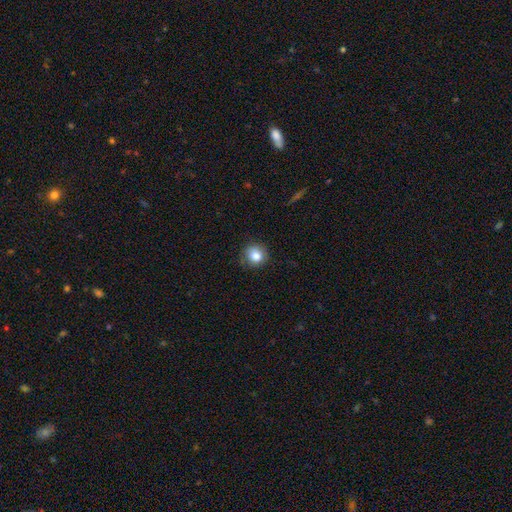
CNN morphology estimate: smooth_or_featured: smooth (p=0.84) [alt: star or artifact p=0.10]
how_rounded: round (p=0.85) [alt: in between p=0.14]
merging: none (p=0.80) [alt: minor disturbance p=0.15]